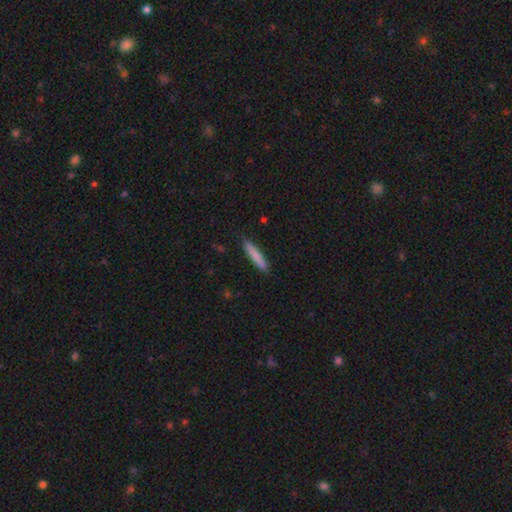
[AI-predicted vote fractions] smooth-or-featured: smooth: 82% | featured or disk: 12% | star or artifact: 6%
  how-rounded: cigar-shaped: 91% | in between: 8% | round: 1%
  merging: none: 87% | minor disturbance: 10% | major disturbance: 2% | merger: 1%